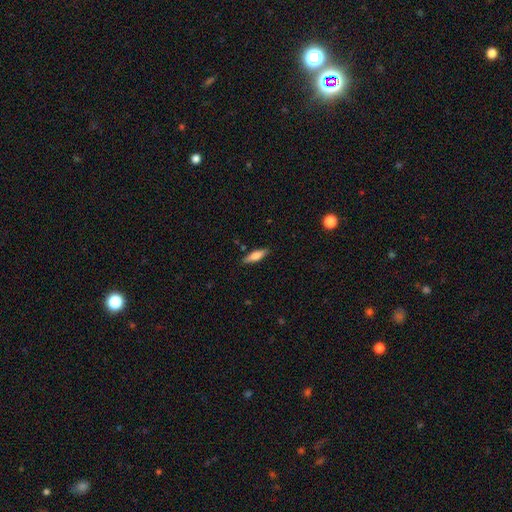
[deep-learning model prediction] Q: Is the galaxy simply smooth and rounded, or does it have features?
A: smooth — 68%.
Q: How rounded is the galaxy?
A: cigar-shaped — 56%.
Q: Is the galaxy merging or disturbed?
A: none — 86%.